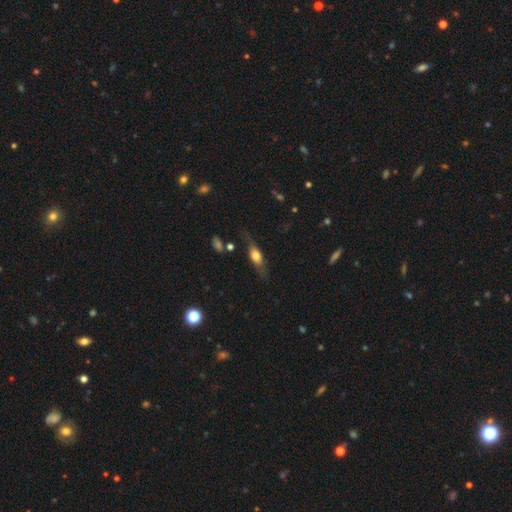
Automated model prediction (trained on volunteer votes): Q: Smooth or featured?
A: smooth (55%); runner-up: featured or disk (37%)
Q: How rounded?
A: in between (58%); runner-up: cigar-shaped (36%)
Q: Merging?
A: none (66%); runner-up: minor disturbance (21%)